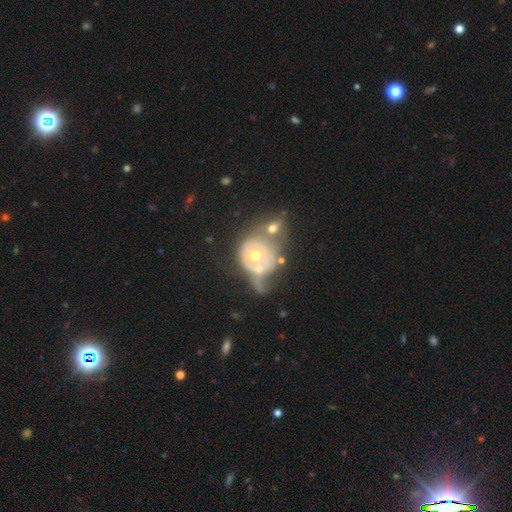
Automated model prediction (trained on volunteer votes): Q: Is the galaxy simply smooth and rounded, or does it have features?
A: featured or disk — 63%.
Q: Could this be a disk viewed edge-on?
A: no — 96%.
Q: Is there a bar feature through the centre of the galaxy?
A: no — 88%.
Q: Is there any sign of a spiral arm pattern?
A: no — 67%.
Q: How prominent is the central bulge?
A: moderate — 75%.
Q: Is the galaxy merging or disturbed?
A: merger — 47%.